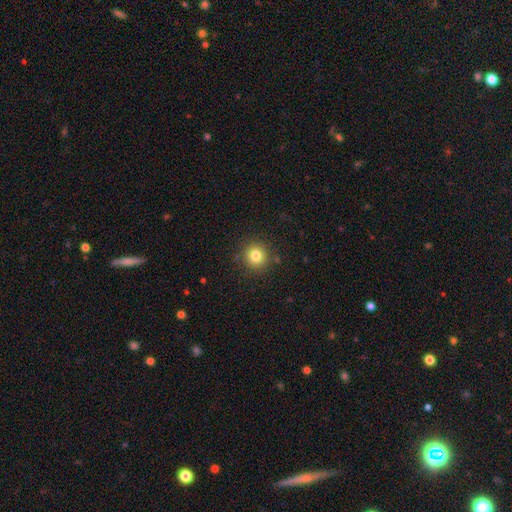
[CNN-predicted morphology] A smooth galaxy with no disk features (80%) that is round (94%).

Vote fractions:
- Smooth or featured? smooth: 80% / star or artifact: 12% / featured or disk: 7%
- How rounded? round: 94% / in between: 5% / cigar-shaped: 1%
- Merging? none: 89% / minor disturbance: 7% / major disturbance: 3% / merger: 2%